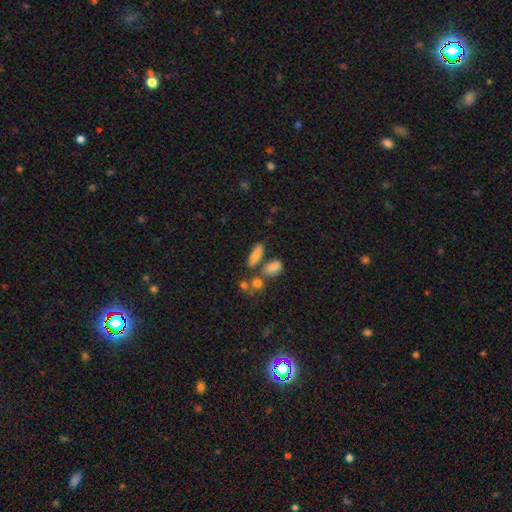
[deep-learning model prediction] Overall: smooth (78%). How rounded: in between (58%; cigar-shaped 37%). Merging: none (62%).